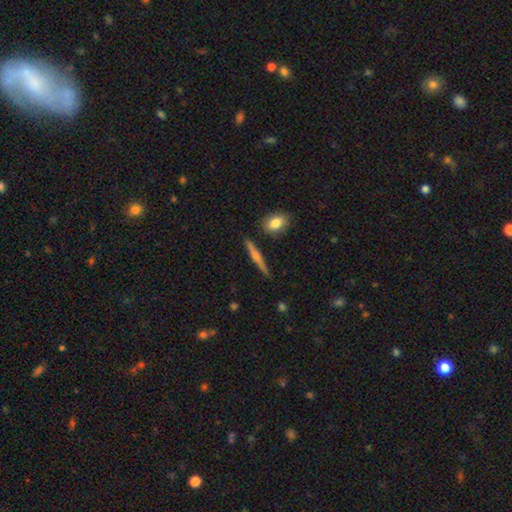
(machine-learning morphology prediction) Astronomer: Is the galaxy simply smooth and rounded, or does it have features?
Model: featured or disk — 58% (runner-up: smooth, 35%).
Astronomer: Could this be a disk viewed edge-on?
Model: yes — 97%.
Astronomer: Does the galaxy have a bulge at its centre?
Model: rounded — 78%.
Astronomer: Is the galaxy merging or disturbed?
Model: none — 88%.